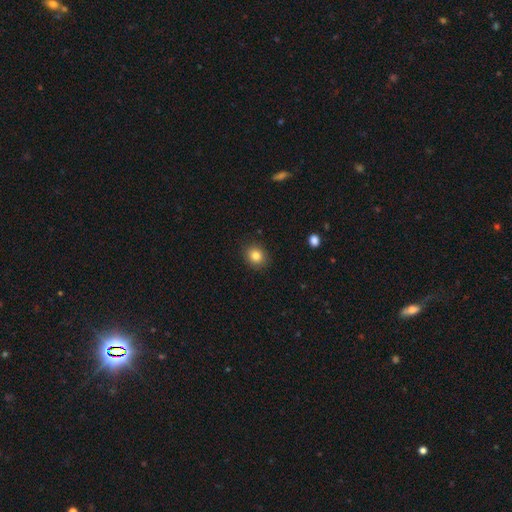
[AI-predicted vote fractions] This is clearly a smooth galaxy (83%). How rounded: likely round (74%). Merging: clearly none (89%).